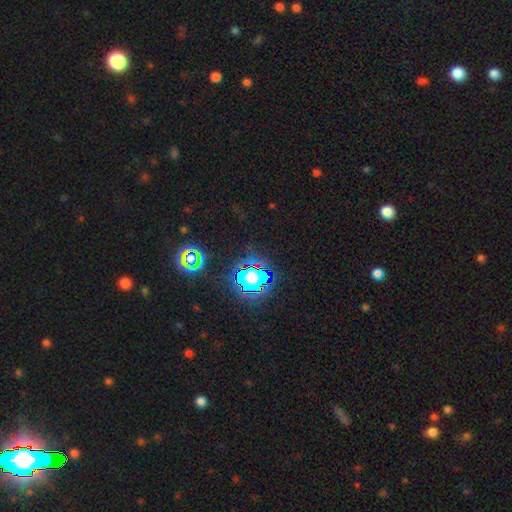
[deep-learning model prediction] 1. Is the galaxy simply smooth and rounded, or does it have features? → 81% star or artifact, 12% smooth, 7% featured or disk.